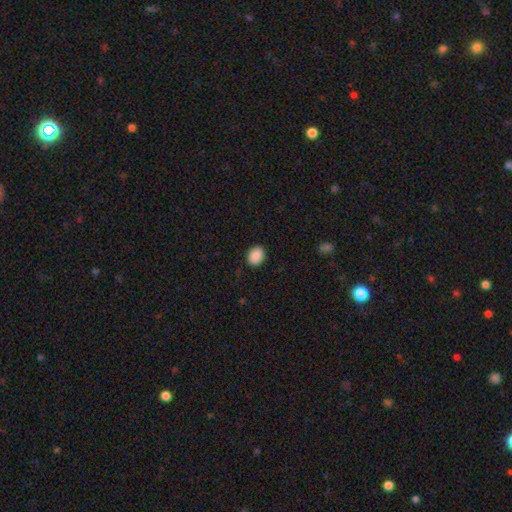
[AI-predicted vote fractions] Smooth or featured: smooth — 90% (star or artifact — 8%)
How rounded: in between — 64% (round — 35%)
Merging: none — 89% (minor disturbance — 8%)